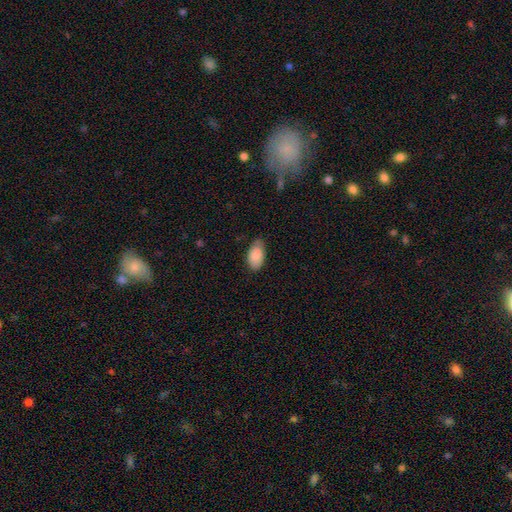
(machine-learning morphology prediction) Smooth or featured: smooth — 88% (star or artifact — 7%)
How rounded: in between — 94% (round — 4%)
Merging: none — 65% (minor disturbance — 29%)